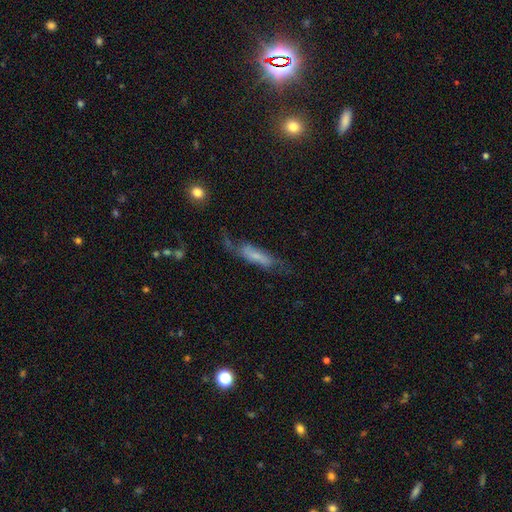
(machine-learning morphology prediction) A featured or disk galaxy (52%).

Vote fractions:
- Smooth or featured? featured or disk: 52% / smooth: 39% / star or artifact: 9%
- Edge-on disk? no: 66% / yes: 34%
- Merging? none: 44% / major disturbance: 27% / minor disturbance: 24% / merger: 4%